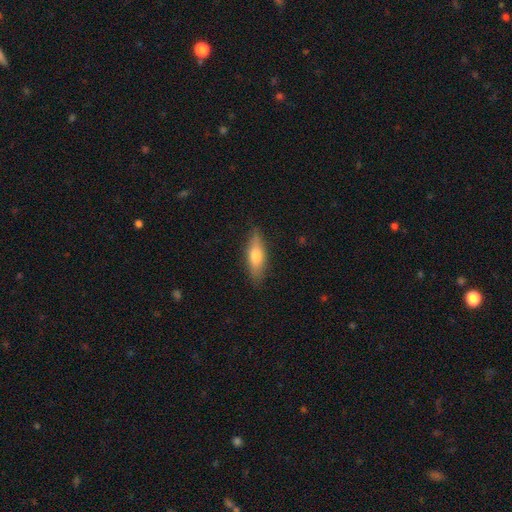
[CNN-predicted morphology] Smooth or featured?
  - smooth: 64% *
  - featured or disk: 29%
  - star or artifact: 6%
How rounded?
  - in between: 51% *
  - cigar-shaped: 46%
  - round: 3%
Merging?
  - none: 84% *
  - minor disturbance: 13%
  - major disturbance: 3%
  - merger: 1%